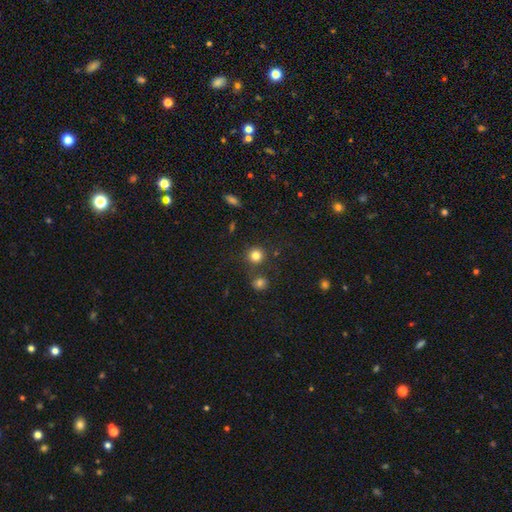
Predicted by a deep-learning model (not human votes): A smooth galaxy with no disk features (81%) that is round (92%).

Vote fractions:
- Smooth or featured? smooth: 81% / star or artifact: 13% / featured or disk: 6%
- How rounded? round: 92% / in between: 7% / cigar-shaped: 1%
- Merging? none: 80% / merger: 9% / minor disturbance: 8% / major disturbance: 3%